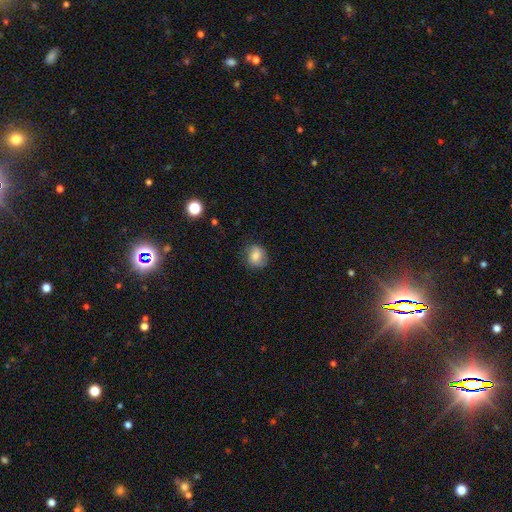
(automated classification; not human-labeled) A smooth galaxy with no disk features (76%) that is round (72%).

Vote fractions:
- Smooth or featured? smooth: 76% / featured or disk: 15% / star or artifact: 9%
- How rounded? round: 72% / in between: 27% / cigar-shaped: 1%
- Merging? none: 75% / minor disturbance: 19% / major disturbance: 5% / merger: 1%